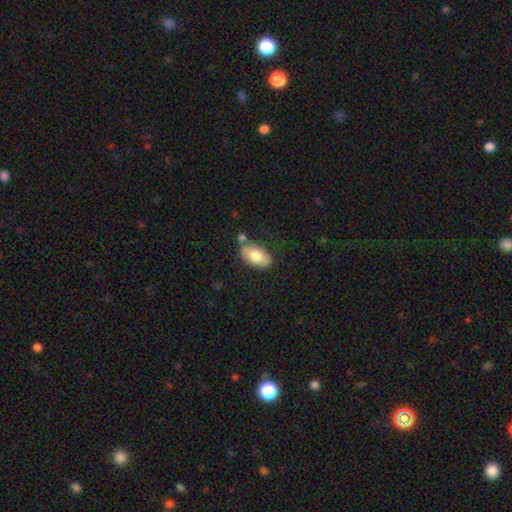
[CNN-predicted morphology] Smooth or featured? Predicted: smooth (p=0.72). How rounded? Predicted: in between (p=0.93). Merging? Predicted: none (p=0.68).